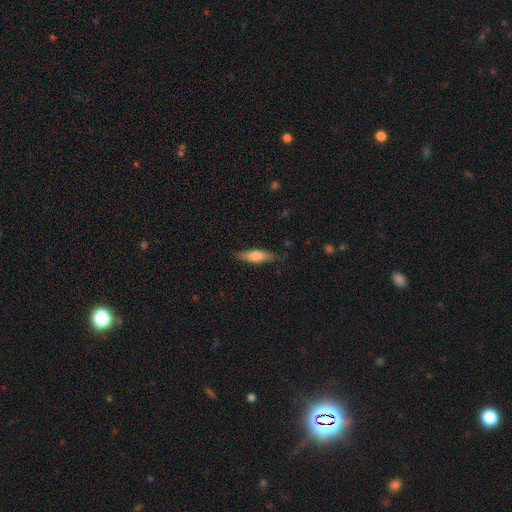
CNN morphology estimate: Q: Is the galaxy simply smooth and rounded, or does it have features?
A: smooth — 67%.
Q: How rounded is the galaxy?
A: cigar-shaped — 62%.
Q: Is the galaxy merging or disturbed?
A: none — 84%.